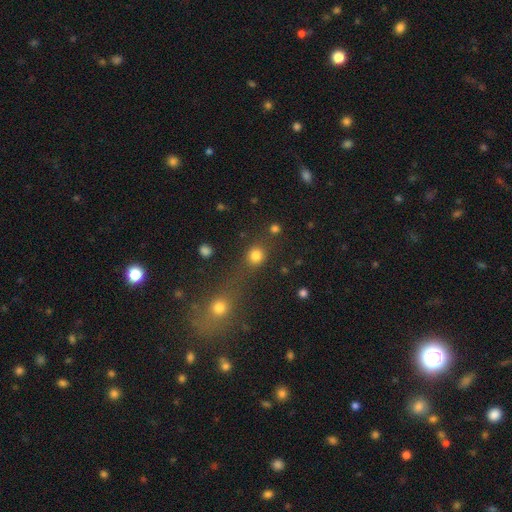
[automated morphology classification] smooth-or-featured: smooth: 81% | star or artifact: 13% | featured or disk: 5%
  how-rounded: round: 86% | in between: 13% | cigar-shaped: 1%
  merging: none: 66% | merger: 20% | minor disturbance: 9% | major disturbance: 5%